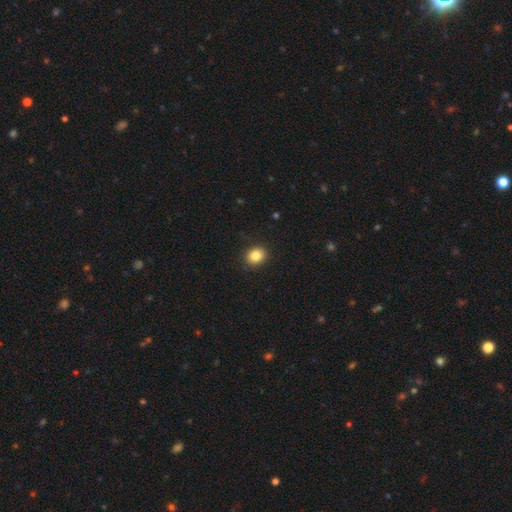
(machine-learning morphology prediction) Smooth or featured?
  - smooth: 85% *
  - star or artifact: 10%
  - featured or disk: 5%
How rounded?
  - round: 63% *
  - in between: 37%
  - cigar-shaped: 1%
Merging?
  - none: 90% *
  - minor disturbance: 7%
  - major disturbance: 2%
  - merger: 1%